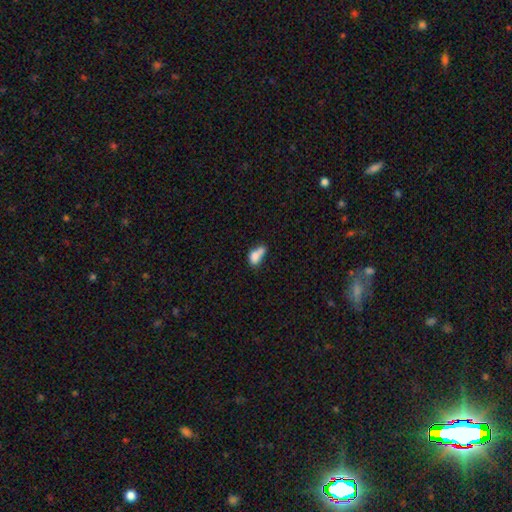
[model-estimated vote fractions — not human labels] The model was most divided on "merging": merger: 47%, none: 24%, minor disturbance: 18%, major disturbance: 11%. More confident: how rounded — in between (80%); smooth or featured — smooth (74%).